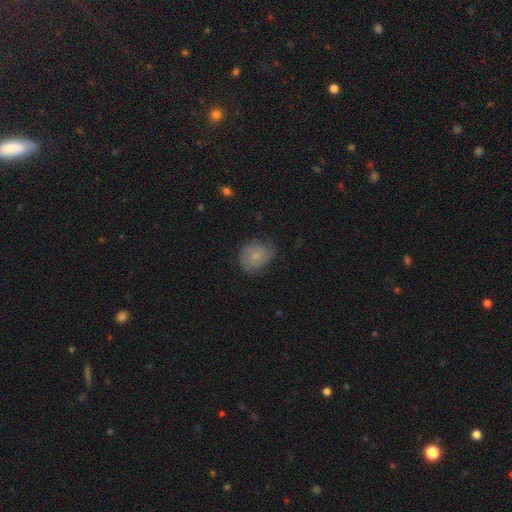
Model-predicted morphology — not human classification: Smooth or featured?
  - smooth: 62% *
  - featured or disk: 29%
  - star or artifact: 9%
How rounded?
  - round: 61% *
  - in between: 38%
  - cigar-shaped: 1%
Merging?
  - none: 59% *
  - minor disturbance: 30%
  - major disturbance: 10%
  - merger: 1%